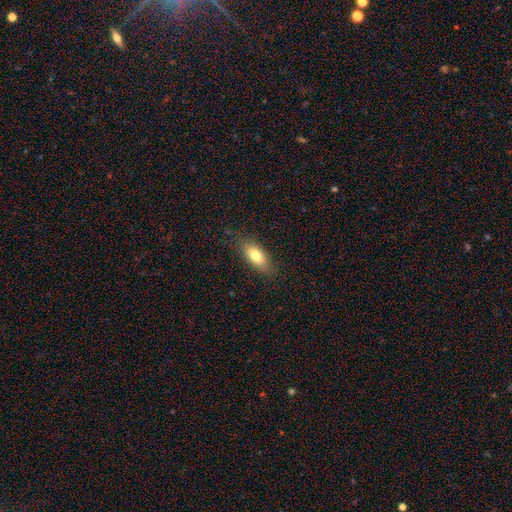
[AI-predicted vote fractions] Smooth or featured? Predicted: smooth (p=0.77). How rounded? Predicted: in between (p=0.84). Merging? Predicted: none (p=0.82).